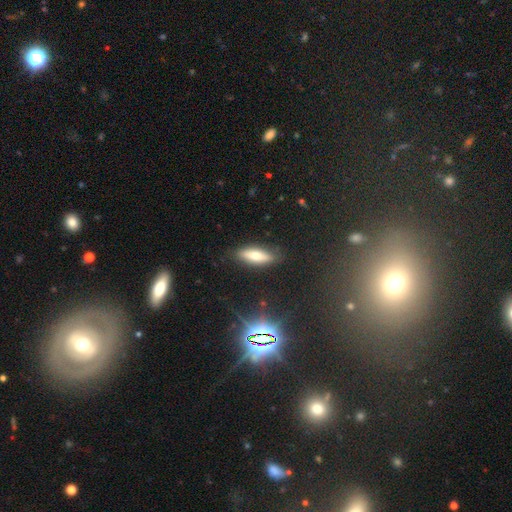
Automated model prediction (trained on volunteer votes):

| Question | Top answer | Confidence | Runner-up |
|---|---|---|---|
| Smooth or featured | smooth | 67% | featured or disk (24%) |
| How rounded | cigar-shaped | 50% | in between (48%) |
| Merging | none | 83% | minor disturbance (12%) |